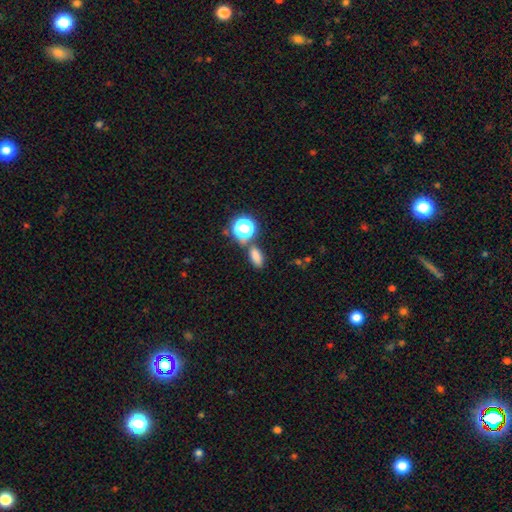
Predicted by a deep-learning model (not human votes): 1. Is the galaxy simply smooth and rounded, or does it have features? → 76% smooth, 18% star or artifact, 6% featured or disk.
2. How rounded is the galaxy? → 74% in between, 19% round, 7% cigar-shaped.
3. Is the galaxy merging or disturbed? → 70% none, 15% merger, 11% minor disturbance, 4% major disturbance.